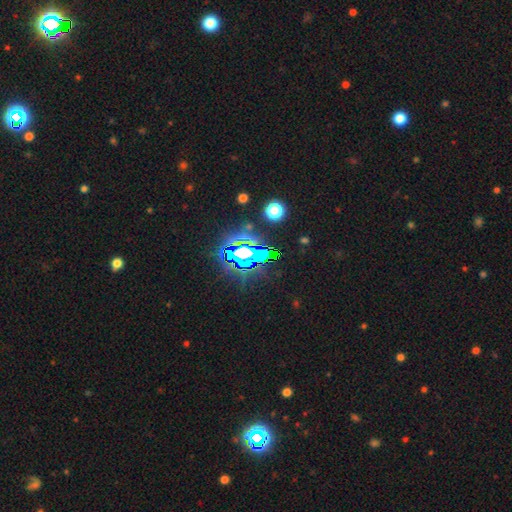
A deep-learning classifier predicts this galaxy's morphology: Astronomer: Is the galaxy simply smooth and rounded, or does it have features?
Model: star or artifact — 74%.